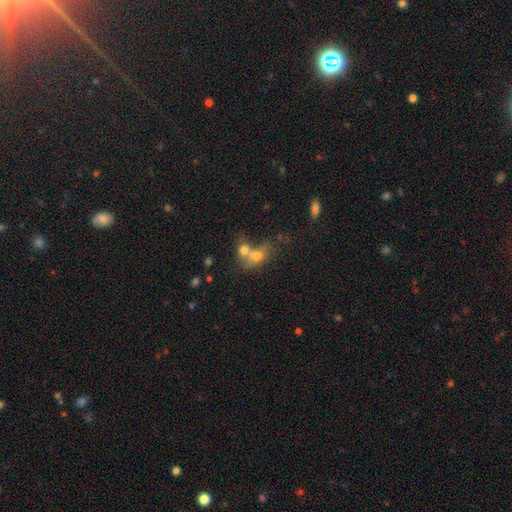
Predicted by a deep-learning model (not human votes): Smooth or featured: smooth — 60% (featured or disk — 26%)
How rounded: in between — 58% (round — 38%)
Merging: merger — 68% (none — 18%)